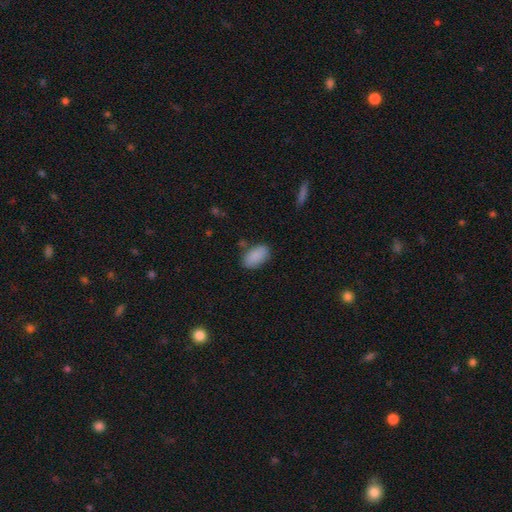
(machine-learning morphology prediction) Smooth or featured?
  - smooth: 88% *
  - star or artifact: 7%
  - featured or disk: 5%
How rounded?
  - in between: 94% *
  - round: 4%
  - cigar-shaped: 2%
Merging?
  - none: 78% *
  - minor disturbance: 15%
  - major disturbance: 4%
  - merger: 4%